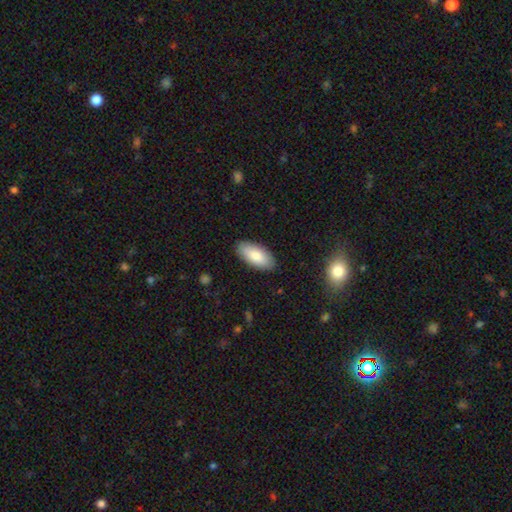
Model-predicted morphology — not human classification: smooth_or_featured: smooth (p=0.82) [alt: featured or disk p=0.13]
how_rounded: in between (p=0.92) [alt: cigar-shaped p=0.06]
merging: none (p=0.88) [alt: minor disturbance p=0.09]